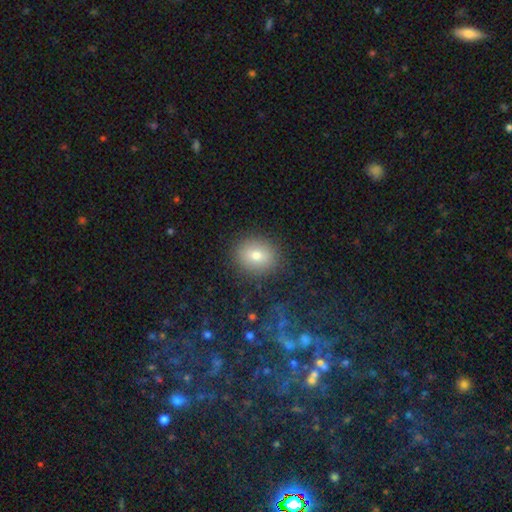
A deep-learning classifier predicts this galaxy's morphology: type=smooth (74%); roundness=round (64%); merging=none (88%).